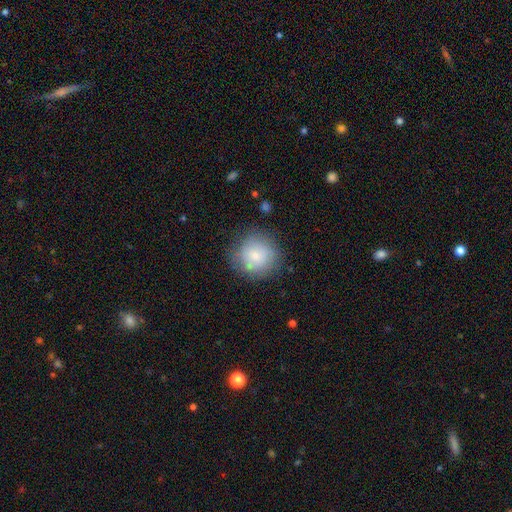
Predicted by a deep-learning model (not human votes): smooth_or_featured: smooth (p=0.77) [alt: featured or disk p=0.15]
how_rounded: round (p=0.93) [alt: in between p=0.06]
merging: none (p=0.76) [alt: minor disturbance p=0.16]